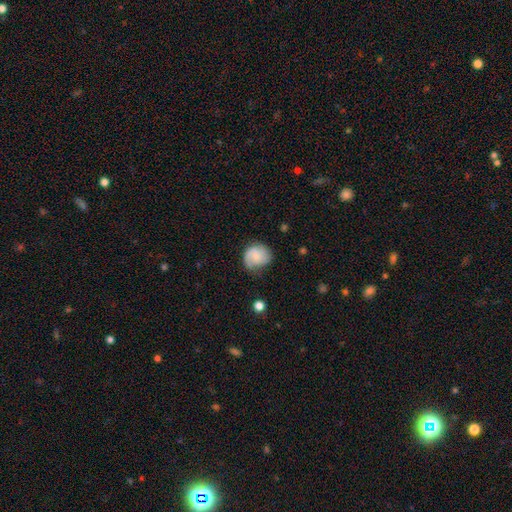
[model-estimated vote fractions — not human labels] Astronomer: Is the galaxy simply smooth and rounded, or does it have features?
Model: smooth — 52% (runner-up: featured or disk, 40%).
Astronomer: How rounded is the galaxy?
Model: round — 75%.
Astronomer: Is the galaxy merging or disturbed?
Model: none — 60%.